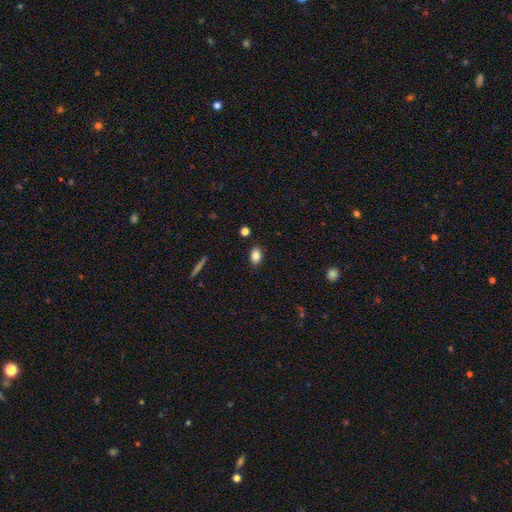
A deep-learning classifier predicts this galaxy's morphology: A smooth galaxy with no disk features (84%) that is in between round and cigar-shaped (76%). Merging: none (87%).